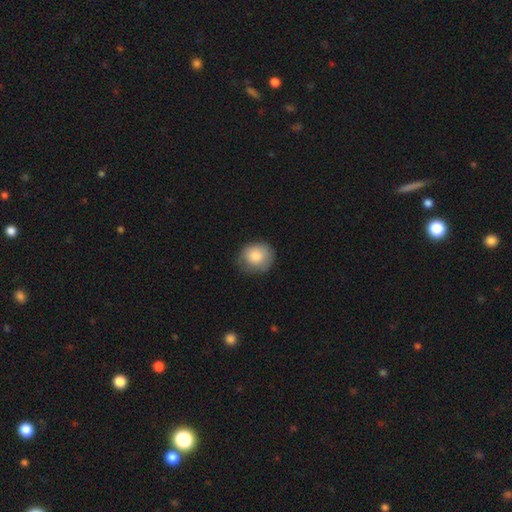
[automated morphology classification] type=smooth (83%); roundness=round (84%); merging=none (74%).